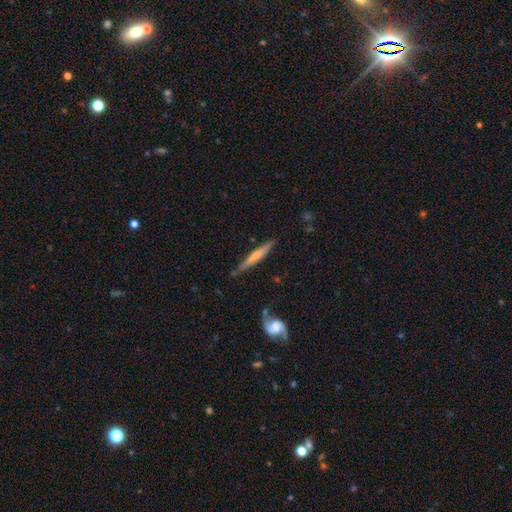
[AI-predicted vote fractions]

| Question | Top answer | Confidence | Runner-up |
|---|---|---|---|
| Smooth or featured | featured or disk | 49% | smooth (45%) |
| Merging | none | 79% | minor disturbance (15%) |